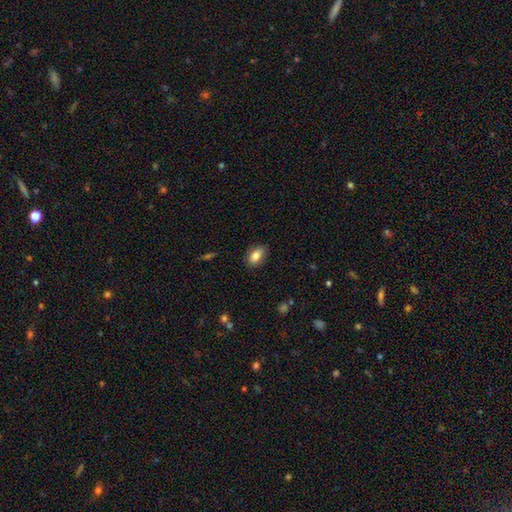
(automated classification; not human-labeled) smooth_or_featured: smooth (p=0.84) [alt: featured or disk p=0.09]
how_rounded: in between (p=0.89) [alt: round p=0.08]
merging: none (p=0.86) [alt: minor disturbance p=0.10]